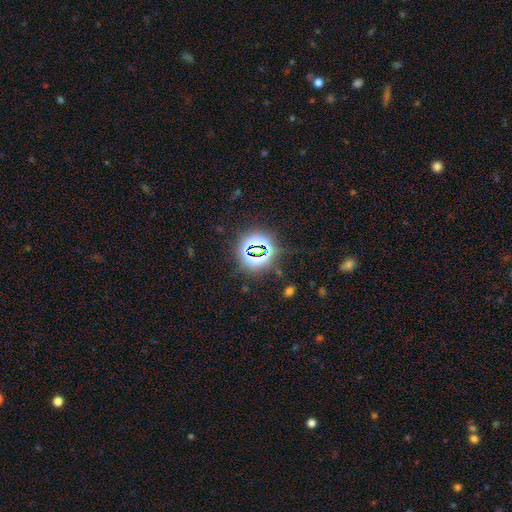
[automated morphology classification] Q: Smooth or featured?
A: star or artifact (79%); runner-up: smooth (13%)